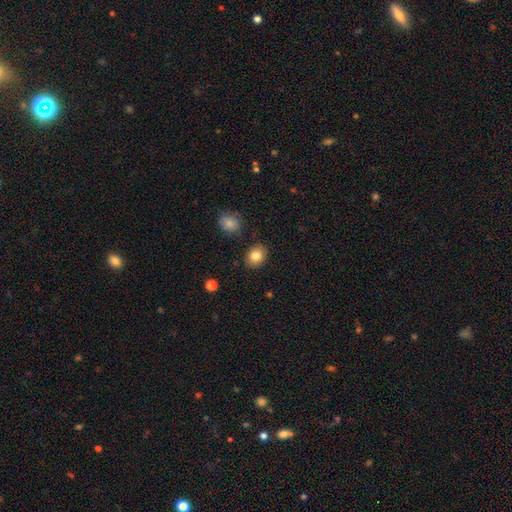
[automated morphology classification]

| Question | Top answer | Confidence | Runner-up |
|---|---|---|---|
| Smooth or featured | smooth | 82% | star or artifact (9%) |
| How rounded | round | 51% | in between (49%) |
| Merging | none | 87% | minor disturbance (9%) |